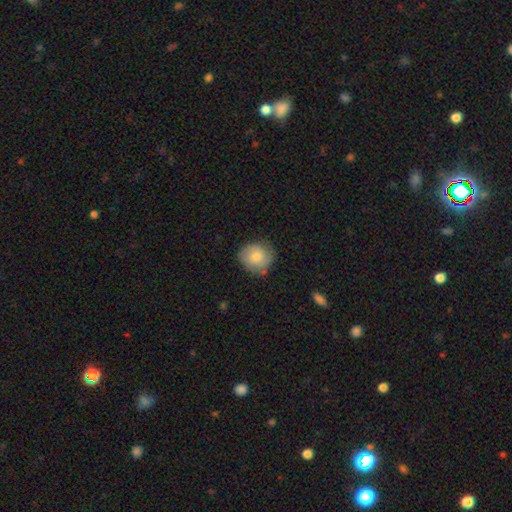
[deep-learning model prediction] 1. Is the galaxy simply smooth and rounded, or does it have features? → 73% smooth, 20% featured or disk, 7% star or artifact.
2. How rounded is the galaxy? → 84% round, 16% in between, 1% cigar-shaped.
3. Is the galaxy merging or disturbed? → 73% none, 22% minor disturbance, 4% major disturbance, 2% merger.